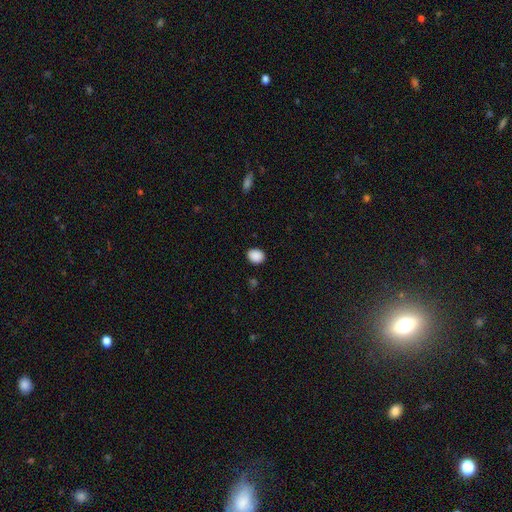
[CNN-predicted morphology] smooth 89%, star or artifact 9%, featured or disk 2%. Down the decision tree: how rounded — round (52%); merging — none (89%).